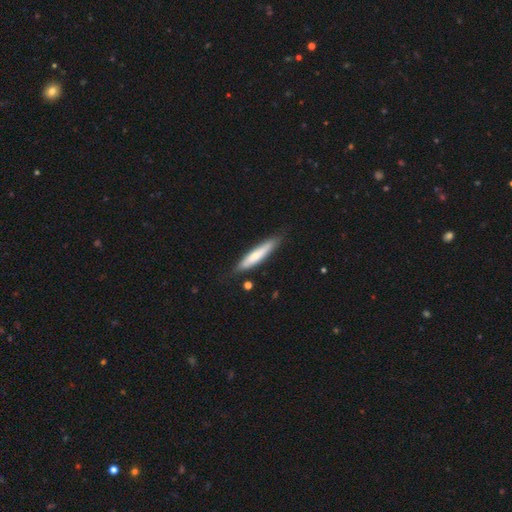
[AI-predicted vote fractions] smooth_or_featured: smooth (p=0.65) [alt: featured or disk p=0.30]
how_rounded: cigar-shaped (p=0.86) [alt: in between p=0.12]
merging: none (p=0.80) [alt: minor disturbance p=0.15]